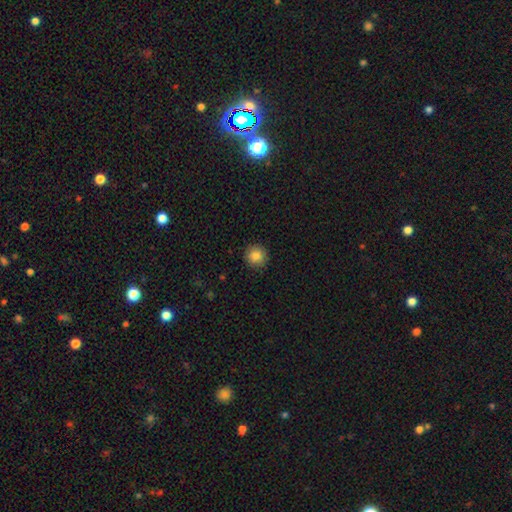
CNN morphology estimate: The model was most divided on "smooth or featured": smooth: 85%, star or artifact: 9%, featured or disk: 5%. More confident: how rounded — round (94%); merging — none (91%).